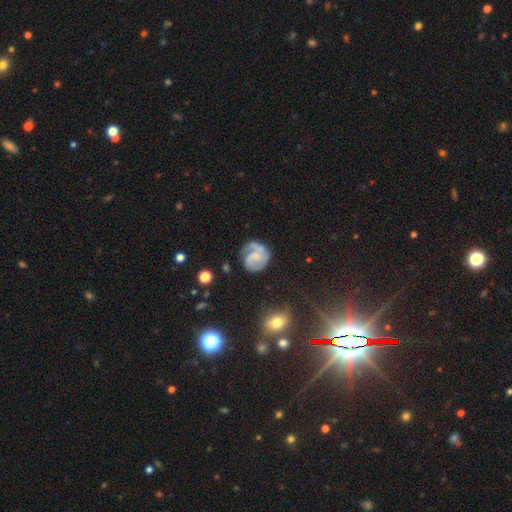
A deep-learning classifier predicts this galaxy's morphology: The model was most divided on "spiral winding": medium: 43%, tight: 40%, loose: 16%. Remaining: edge-on disk — no (98%); spiral arms — yes (93%); smooth or featured — featured or disk (76%); merging — none (64%); spiral arm count — 2 (59%); bar — no (55%); bulge size — small (44%).